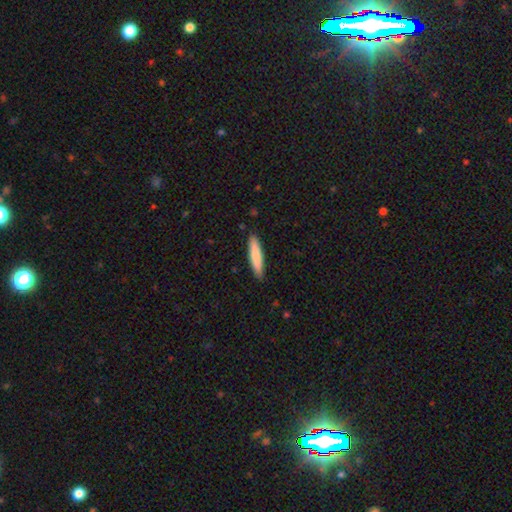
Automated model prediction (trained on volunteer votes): Q: Smooth or featured?
A: smooth (80%); runner-up: featured or disk (15%)
Q: How rounded?
A: cigar-shaped (87%); runner-up: in between (12%)
Q: Merging?
A: none (89%); runner-up: minor disturbance (8%)